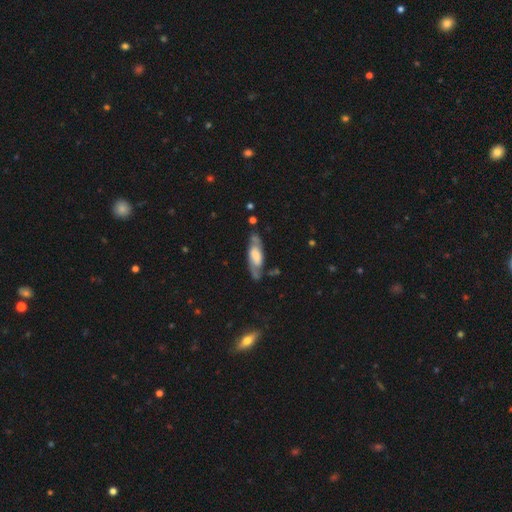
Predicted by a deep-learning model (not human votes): A featured or disk galaxy (62%).

Vote fractions:
- Smooth or featured? featured or disk: 62% / smooth: 32% / star or artifact: 6%
- Edge-on disk? no: 72% / yes: 28%
- Merging? none: 70% / minor disturbance: 19% / major disturbance: 8% / merger: 3%